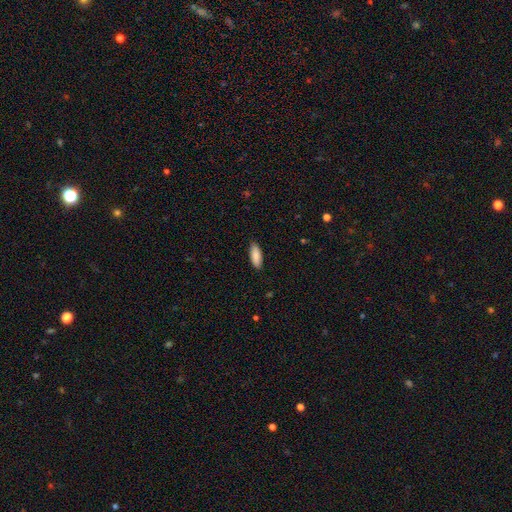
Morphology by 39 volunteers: smooth 95%, featured or disk 5%, star or artifact 0%. Down the decision tree: how rounded — in between (73%); merging — none (77%).